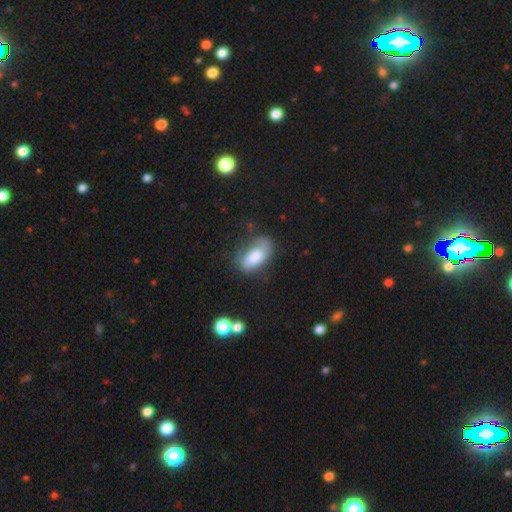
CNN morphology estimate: A smooth galaxy with no disk features (65%) that is in between round and cigar-shaped (91%).

Vote fractions:
- Smooth or featured? smooth: 65% / featured or disk: 27% / star or artifact: 8%
- How rounded? in between: 91% / cigar-shaped: 5% / round: 4%
- Merging? none: 54% / minor disturbance: 29% / major disturbance: 14% / merger: 3%